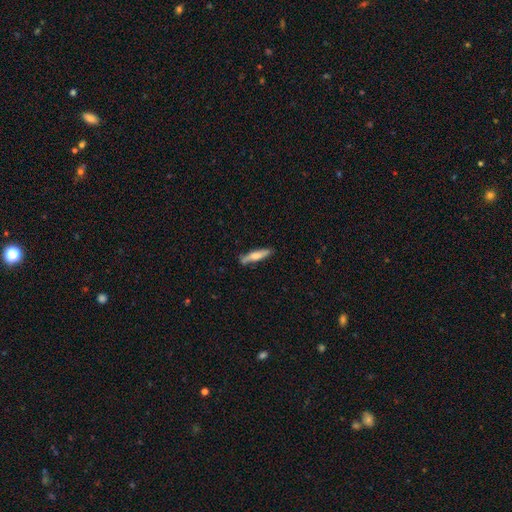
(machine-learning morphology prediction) Q: Smooth or featured?
A: smooth (65%); runner-up: featured or disk (30%)
Q: How rounded?
A: cigar-shaped (80%); runner-up: in between (18%)
Q: Merging?
A: none (76%); runner-up: minor disturbance (18%)